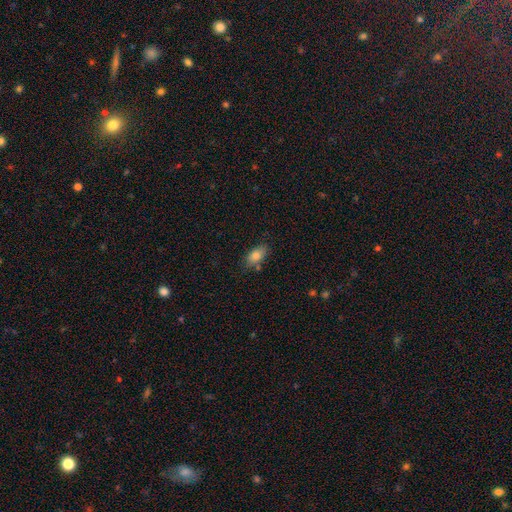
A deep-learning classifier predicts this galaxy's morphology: type=smooth (82%); roundness=in between (88%); merging=none (71%).